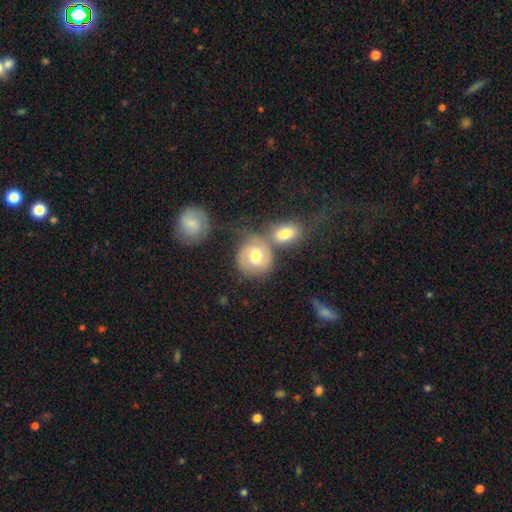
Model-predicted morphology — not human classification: Overall: featured or disk (59%; smooth 34%). Edge-on disk: no (97%). Bar: no (58%; weak 35%). Spiral arms: yes (86%). Bulge size: moderate (72%). Merging: none (50%; merger 30%).